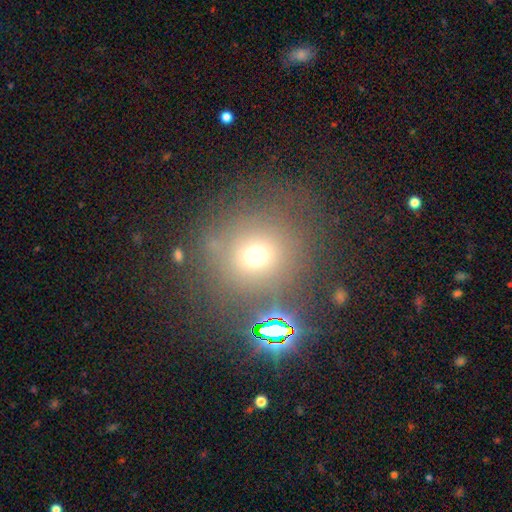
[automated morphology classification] A smooth galaxy with no disk features (63%) that is round (90%).

Vote fractions:
- Smooth or featured? smooth: 63% / star or artifact: 25% / featured or disk: 12%
- How rounded? round: 90% / in between: 9% / cigar-shaped: 1%
- Merging? none: 73% / minor disturbance: 11% / major disturbance: 8% / merger: 7%